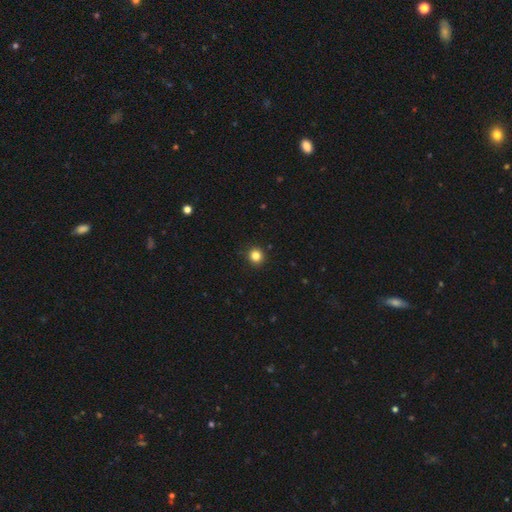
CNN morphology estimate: smooth 83%, star or artifact 12%, featured or disk 5%. Down the decision tree: how rounded — round (94%); merging — none (93%).